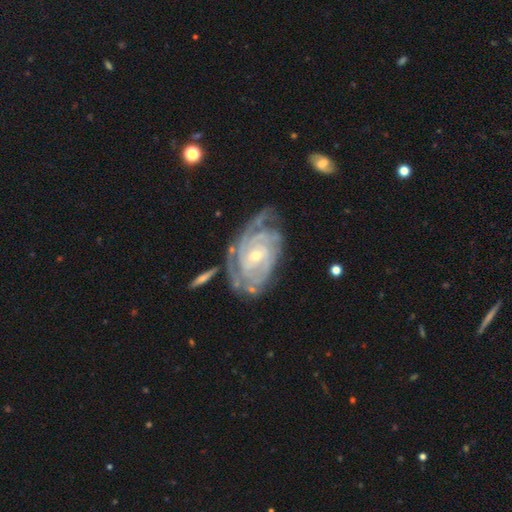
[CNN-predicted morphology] Smooth or featured? featured or disk (90%)
Edge-on disk? no (96%)
Bar? no (54%)
Spiral arms? yes (97%)
Spiral winding? tight (76%)
Spiral arm count? can't tell (28%)
Bulge size? small (64%)
Merging? none (58%)